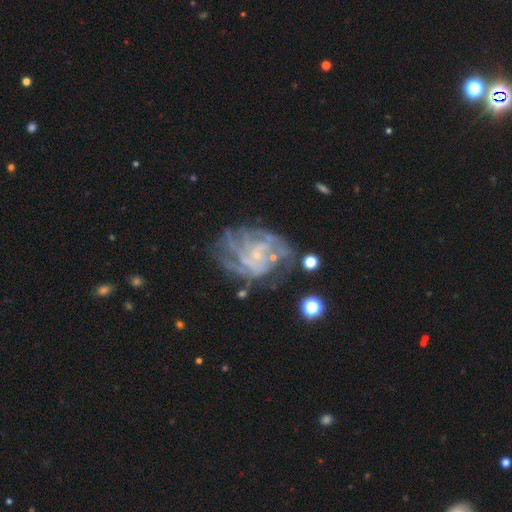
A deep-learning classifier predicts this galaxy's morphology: Q: Smooth or featured?
A: featured or disk (83%); runner-up: star or artifact (9%)
Q: Edge-on disk?
A: no (98%); runner-up: yes (2%)
Q: Bar?
A: no (69%); runner-up: weak (26%)
Q: Spiral arms?
A: yes (88%); runner-up: no (12%)
Q: Spiral winding?
A: tight (49%); runner-up: medium (37%)
Q: Spiral arm count?
A: can't tell (37%); runner-up: 4 (20%)
Q: Bulge size?
A: small (74%); runner-up: none (15%)
Q: Merging?
A: none (51%); runner-up: major disturbance (23%)